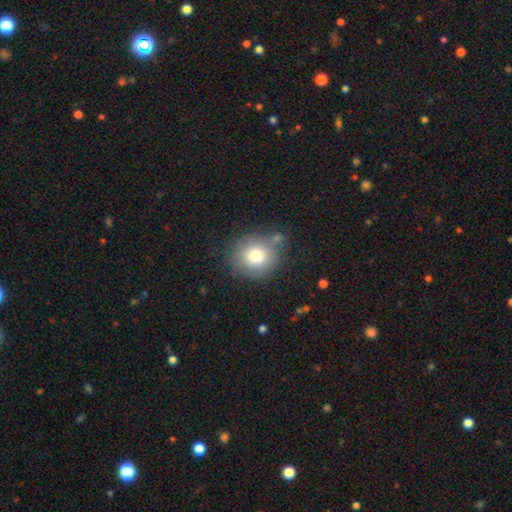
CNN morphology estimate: Smooth or featured? smooth (78%)
How rounded? round (86%)
Merging? none (73%)